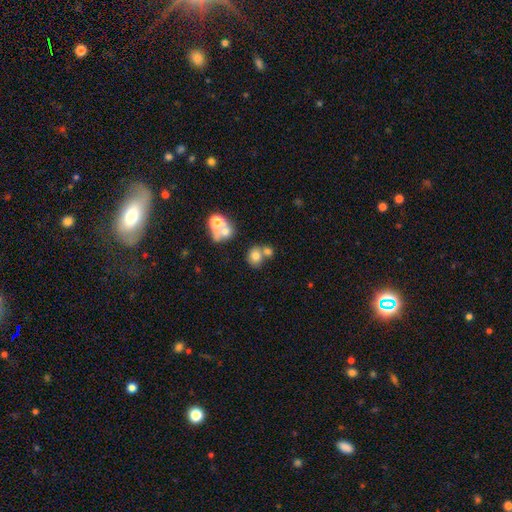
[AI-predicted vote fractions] Smooth or featured? smooth (71%)
How rounded? round (69%)
Merging? none (46%)